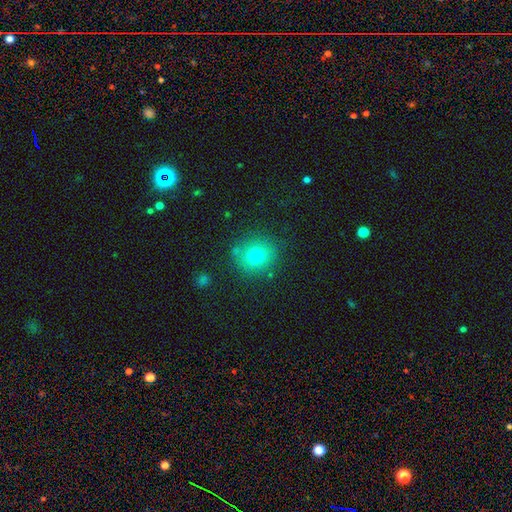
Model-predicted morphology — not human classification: smooth_or_featured: smooth (p=0.75) [alt: star or artifact p=0.14]
how_rounded: round (p=0.87) [alt: in between p=0.12]
merging: none (p=0.82) [alt: minor disturbance p=0.11]